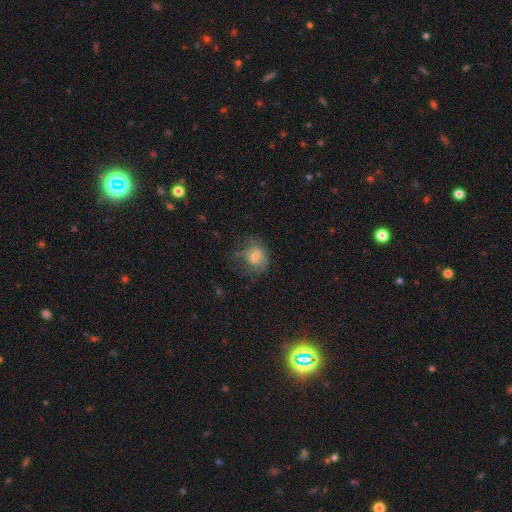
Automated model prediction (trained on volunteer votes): Smooth or featured?
  - smooth: 54% *
  - featured or disk: 32%
  - star or artifact: 14%
How rounded?
  - round: 54% *
  - in between: 44%
  - cigar-shaped: 1%
Merging?
  - none: 44% *
  - major disturbance: 30%
  - minor disturbance: 24%
  - merger: 2%